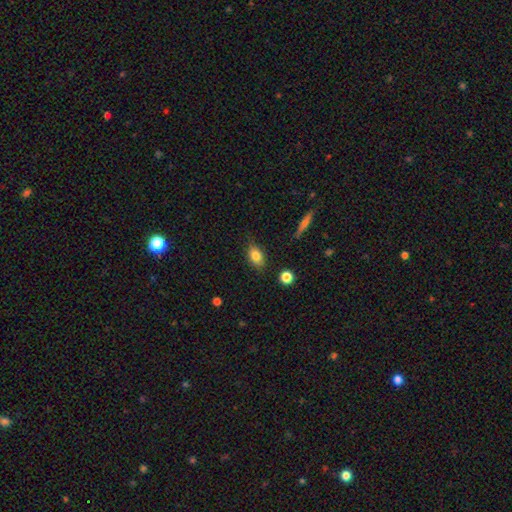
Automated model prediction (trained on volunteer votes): The model was most divided on "merging": none: 81%, minor disturbance: 14%, major disturbance: 3%, merger: 2%. More confident: how rounded — in between (81%); smooth or featured — smooth (80%).